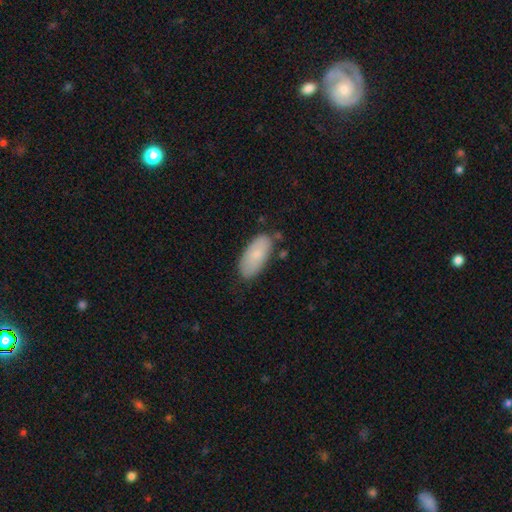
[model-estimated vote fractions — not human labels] Overall: smooth (78%). How rounded: in between (91%). Merging: none (74%).